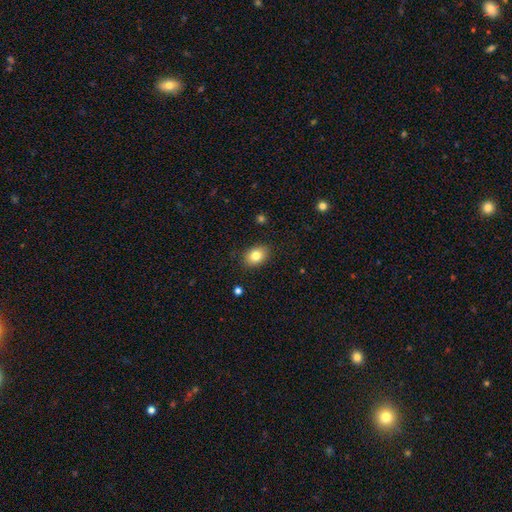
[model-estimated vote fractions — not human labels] smooth-or-featured: smooth: 82% | star or artifact: 9% | featured or disk: 9%
  how-rounded: in between: 72% | round: 27% | cigar-shaped: 1%
  merging: none: 87% | minor disturbance: 10% | major disturbance: 2% | merger: 1%